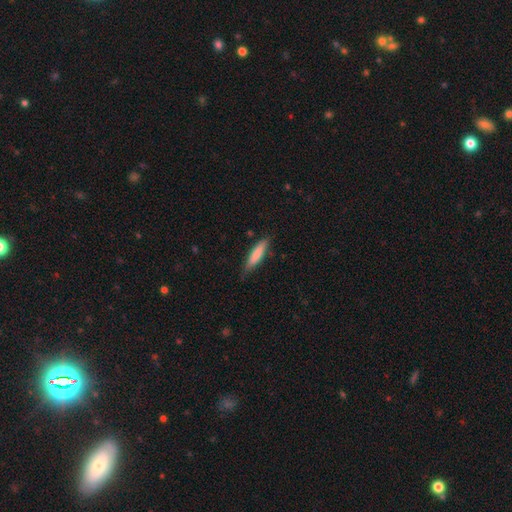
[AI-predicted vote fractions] A smooth galaxy with no disk features (79%) that is cigar-shaped (80%). Merging: none (80%).